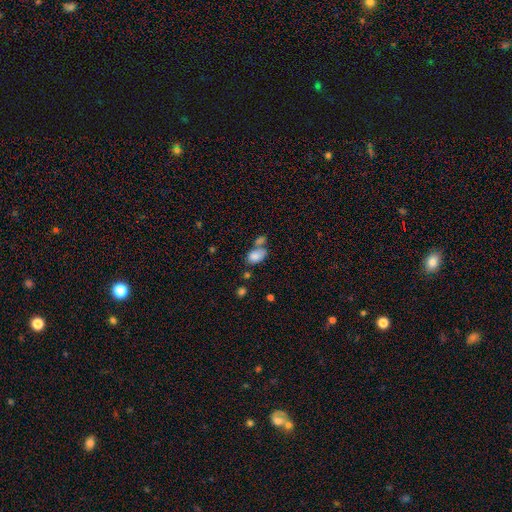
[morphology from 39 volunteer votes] Smooth or featured: smooth — 82% (featured or disk — 13%)
How rounded: in between — 94% (round — 6%)
Merging: none — 43% (minor disturbance — 32%)